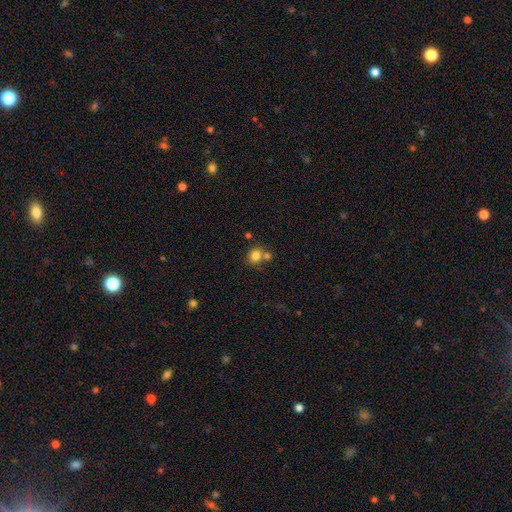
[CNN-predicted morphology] A smooth galaxy with no disk features (81%) that is round (80%).

Vote fractions:
- Smooth or featured? smooth: 81% / star or artifact: 11% / featured or disk: 8%
- How rounded? round: 80% / in between: 19% / cigar-shaped: 1%
- Merging? none: 56% / merger: 31% / minor disturbance: 9% / major disturbance: 4%